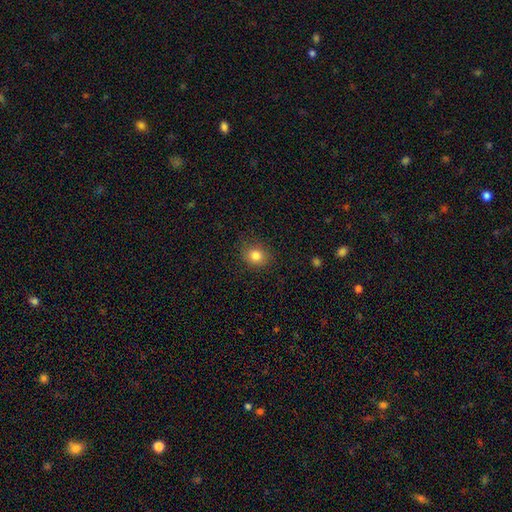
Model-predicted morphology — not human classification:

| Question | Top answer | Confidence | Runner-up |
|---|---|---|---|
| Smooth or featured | smooth | 83% | star or artifact (11%) |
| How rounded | round | 70% | in between (29%) |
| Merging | none | 83% | minor disturbance (12%) |